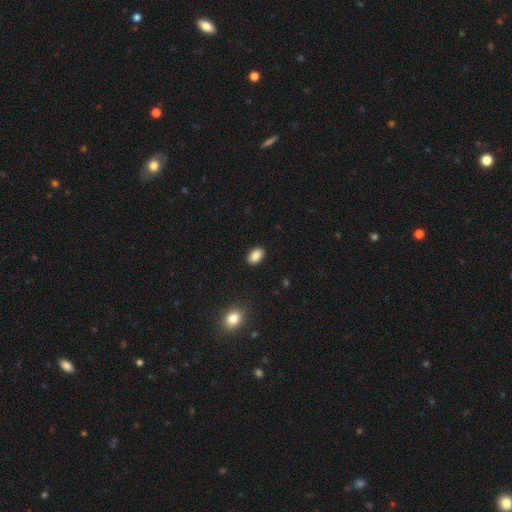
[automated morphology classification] Smooth or featured? Predicted: smooth (p=0.88). How rounded? Predicted: in between (p=0.87). Merging? Predicted: none (p=0.90).